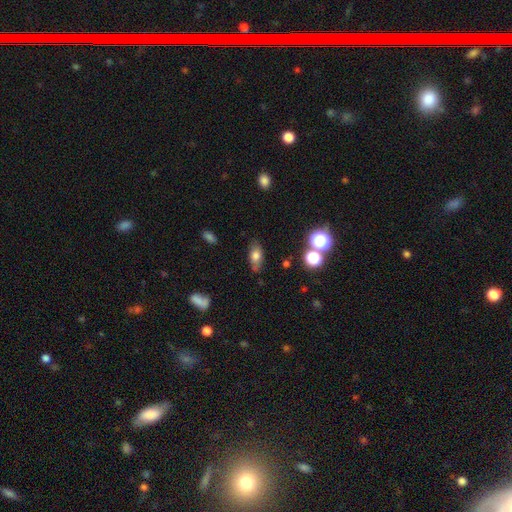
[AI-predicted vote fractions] Smooth or featured? Predicted: smooth (p=0.70). How rounded? Predicted: in between (p=0.79). Merging? Predicted: none (p=0.75).